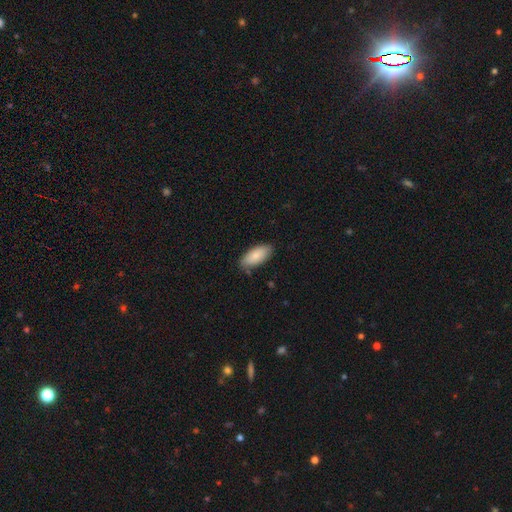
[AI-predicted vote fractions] Smooth or featured?
  - smooth: 84% *
  - featured or disk: 10%
  - star or artifact: 6%
How rounded?
  - in between: 89% *
  - cigar-shaped: 9%
  - round: 2%
Merging?
  - none: 83% *
  - minor disturbance: 14%
  - major disturbance: 2%
  - merger: 2%